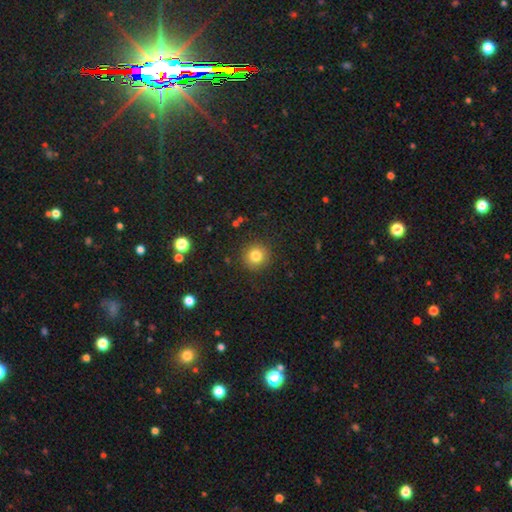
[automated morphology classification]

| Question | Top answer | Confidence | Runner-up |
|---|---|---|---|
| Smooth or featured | smooth | 81% | star or artifact (12%) |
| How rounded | round | 93% | in between (6%) |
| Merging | none | 90% | minor disturbance (7%) |